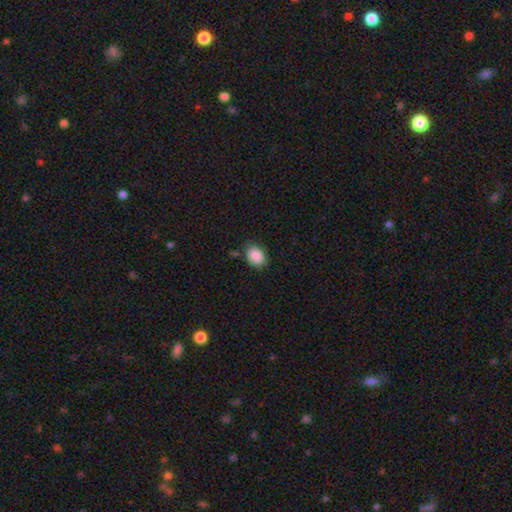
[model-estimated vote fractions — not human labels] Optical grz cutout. It shows a smooth galaxy with no disk features (88%) that is in between round and cigar-shaped (74%). Merging: none (75%).